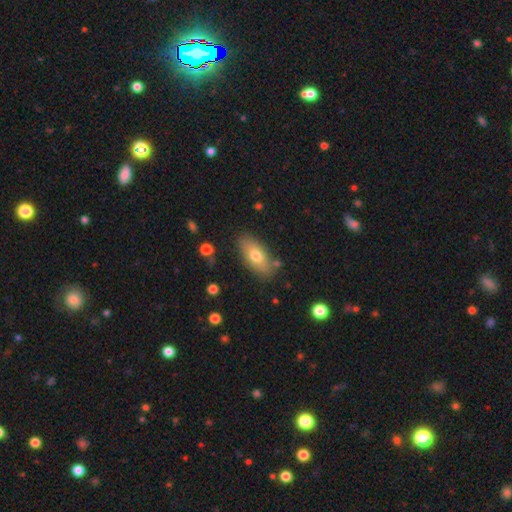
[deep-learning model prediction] smooth-or-featured: smooth: 71% | featured or disk: 22% | star or artifact: 7%
  how-rounded: in between: 86% | cigar-shaped: 11% | round: 4%
  merging: none: 80% | minor disturbance: 13% | merger: 4% | major disturbance: 3%